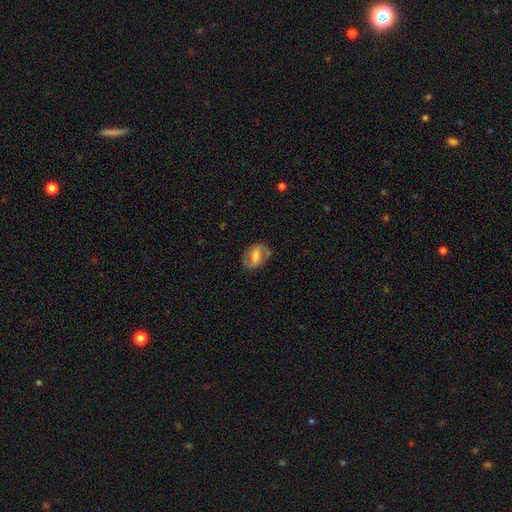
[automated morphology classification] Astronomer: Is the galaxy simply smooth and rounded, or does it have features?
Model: featured or disk — 61%.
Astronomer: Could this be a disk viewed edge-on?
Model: no — 96%.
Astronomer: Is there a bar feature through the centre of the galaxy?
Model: weak — 39%, tied with strong at 39%.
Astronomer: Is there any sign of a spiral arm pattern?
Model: yes — 77%.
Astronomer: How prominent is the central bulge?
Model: moderate — 45% (runner-up: small, 26%).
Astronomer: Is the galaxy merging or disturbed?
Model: none — 72%.